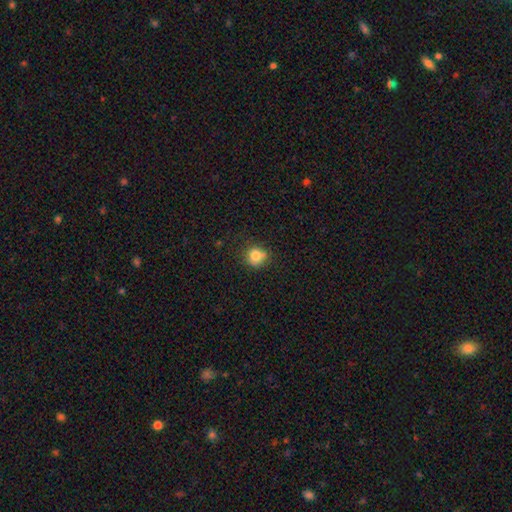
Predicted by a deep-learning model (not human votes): Morphology: type=smooth (81%); roundness=round (86%); merging=none (72%).